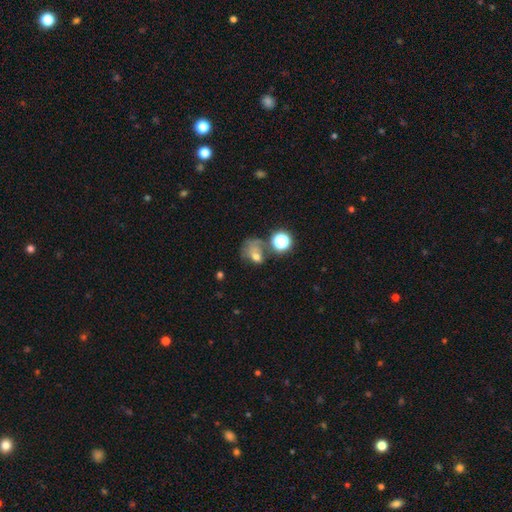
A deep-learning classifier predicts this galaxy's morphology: smooth 55%, featured or disk 24%, star or artifact 21%. Down the decision tree: how rounded — in between (50%); merging — major disturbance (32%).